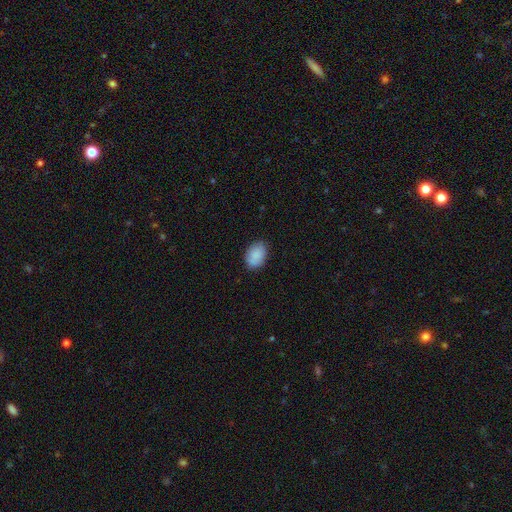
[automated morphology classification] Smooth or featured: smooth — 88% (star or artifact — 7%)
How rounded: in between — 84% (round — 15%)
Merging: none — 81% (minor disturbance — 15%)